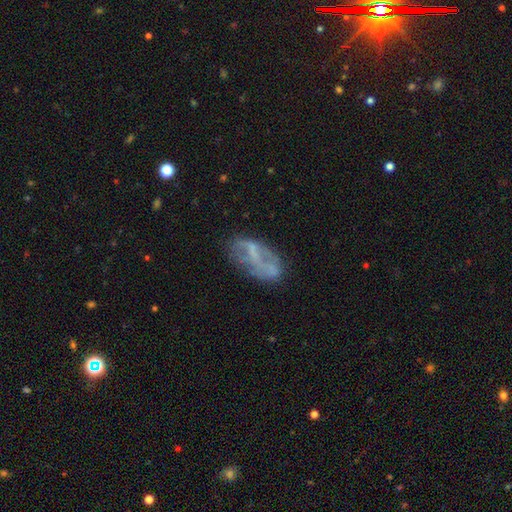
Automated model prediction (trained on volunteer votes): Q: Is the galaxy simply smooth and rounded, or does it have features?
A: featured or disk — 59%.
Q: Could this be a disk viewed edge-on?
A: no — 93%.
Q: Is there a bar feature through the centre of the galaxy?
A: no — 46%.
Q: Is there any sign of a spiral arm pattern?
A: no — 63%.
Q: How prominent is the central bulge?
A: none — 64%.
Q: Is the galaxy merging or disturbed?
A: none — 58%.